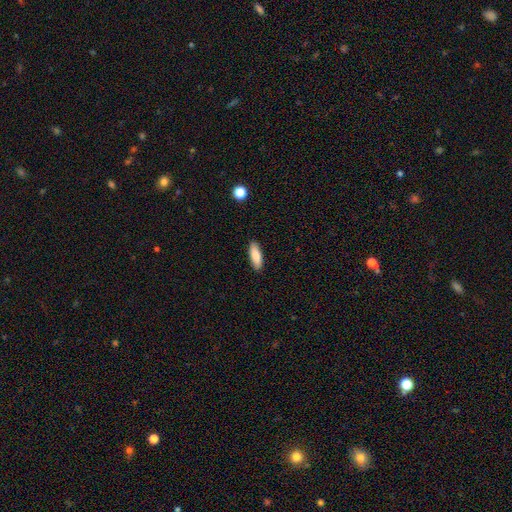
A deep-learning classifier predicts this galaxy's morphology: A smooth galaxy with no disk features (83%) that is in between round and cigar-shaped (61%). Merging: none (89%).